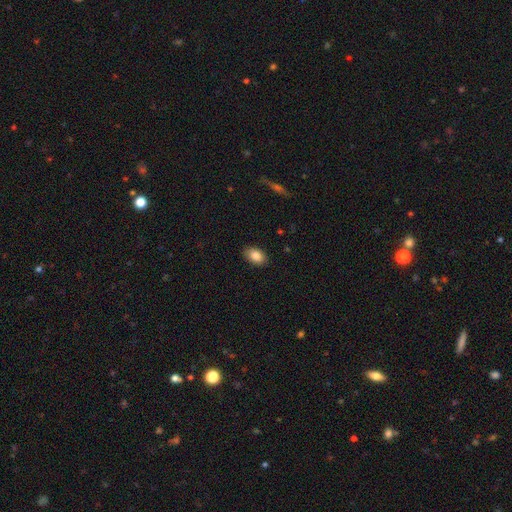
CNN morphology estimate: This is clearly a smooth galaxy (86%). How rounded: clearly in between (88%). Merging: clearly none (88%).